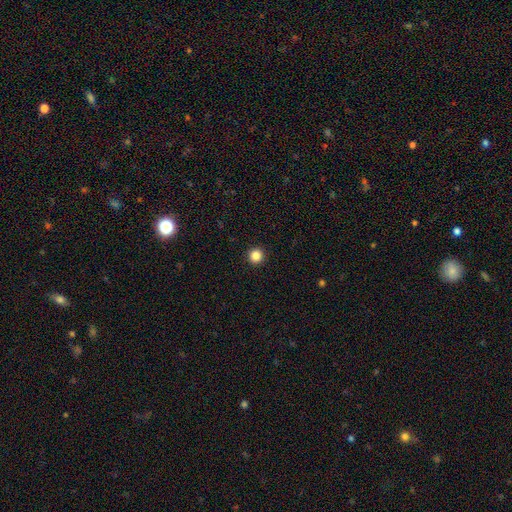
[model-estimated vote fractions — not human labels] A smooth galaxy with no disk features (86%) that is round (95%). Merging: none (94%).